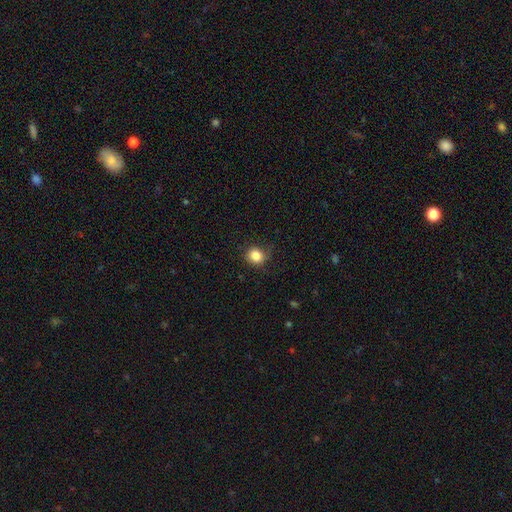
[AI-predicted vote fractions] A smooth galaxy with no disk features (84%) that is round (82%). Merging: none (80%).